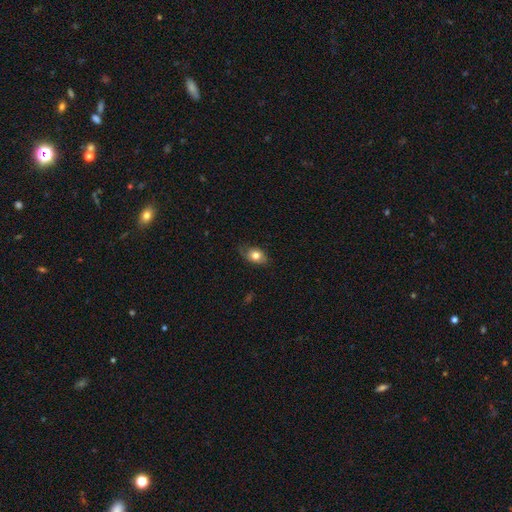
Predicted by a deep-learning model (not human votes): smooth_or_featured: smooth (p=0.77) [alt: featured or disk p=0.15]
how_rounded: in between (p=0.76) [alt: round p=0.22]
merging: none (p=0.69) [alt: minor disturbance p=0.25]